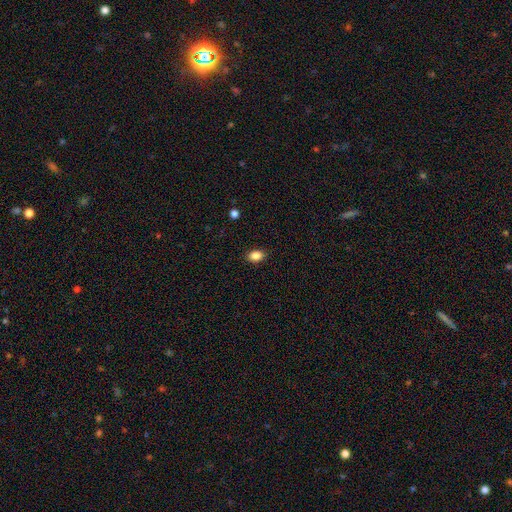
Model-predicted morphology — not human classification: A smooth galaxy with no disk features (87%) that is in between round and cigar-shaped (80%). Merging: none (88%).